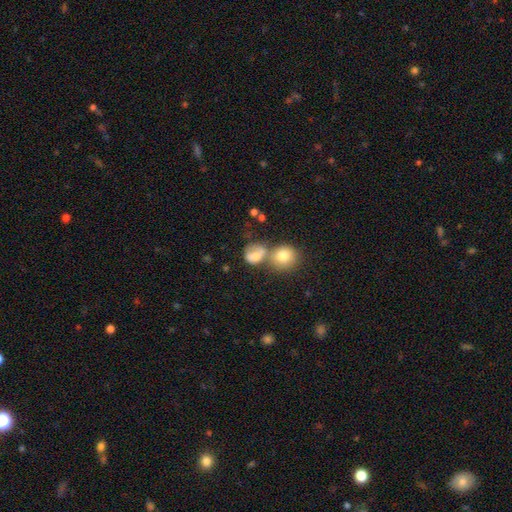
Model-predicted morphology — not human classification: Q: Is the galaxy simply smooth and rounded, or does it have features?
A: smooth — 66%.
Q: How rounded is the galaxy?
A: round — 63%.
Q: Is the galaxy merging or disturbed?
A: merger — 49%.